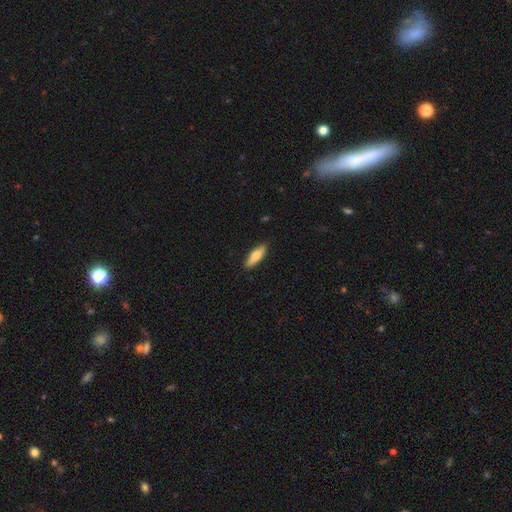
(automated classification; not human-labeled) A smooth galaxy with no disk features (66%) that is cigar-shaped (55%). Merging: none (89%).